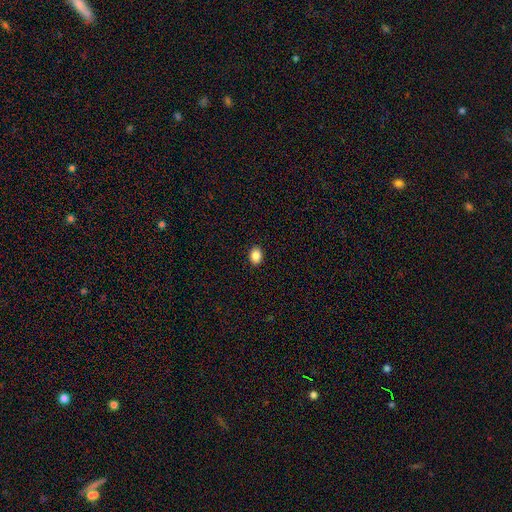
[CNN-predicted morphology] Smooth or featured? smooth (88%)
How rounded? in between (64%)
Merging? none (90%)